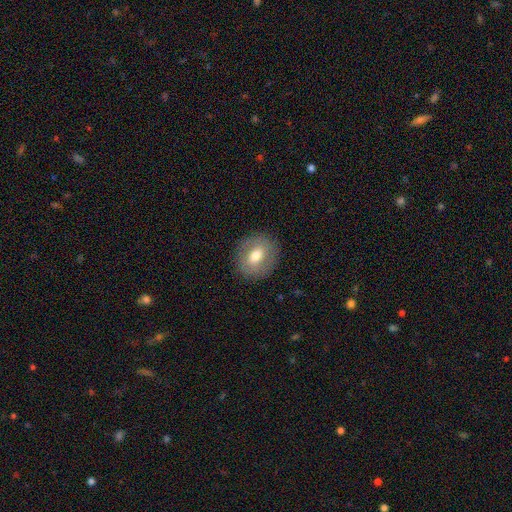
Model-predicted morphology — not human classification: Smooth or featured: smooth — 62% (featured or disk — 30%)
How rounded: round — 66% (in between — 32%)
Merging: none — 86% (minor disturbance — 9%)